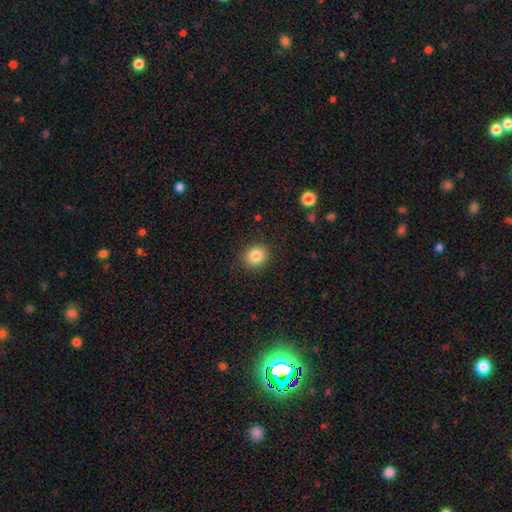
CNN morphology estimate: type=smooth (84%); roundness=round (71%); merging=none (89%).